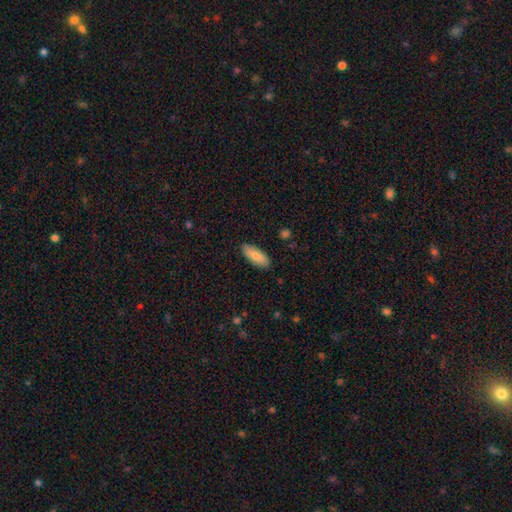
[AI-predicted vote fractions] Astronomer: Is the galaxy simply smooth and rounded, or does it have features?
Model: smooth — 82%.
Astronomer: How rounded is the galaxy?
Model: in between — 79%.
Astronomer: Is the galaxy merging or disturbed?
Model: none — 88%.